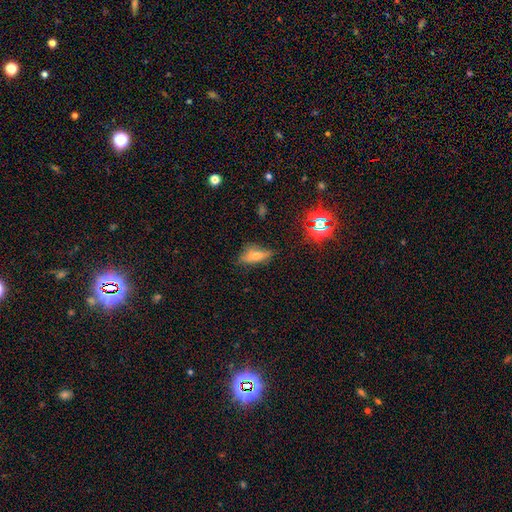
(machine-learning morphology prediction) Smooth or featured: smooth — 59% (featured or disk — 25%)
How rounded: in between — 69% (cigar-shaped — 27%)
Merging: none — 72% (minor disturbance — 20%)